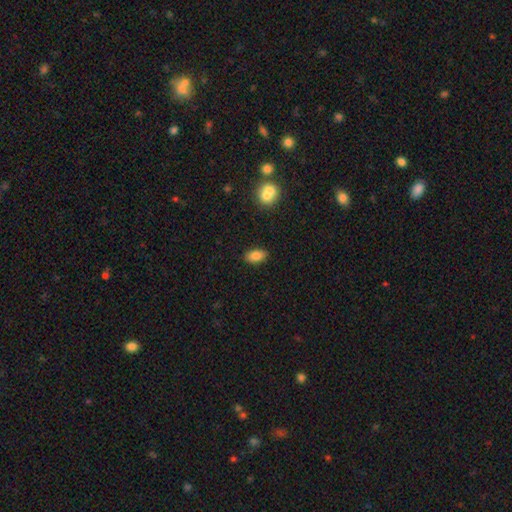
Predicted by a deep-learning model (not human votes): smooth 85%, star or artifact 9%, featured or disk 7%. Down the decision tree: how rounded — in between (91%); merging — none (88%).